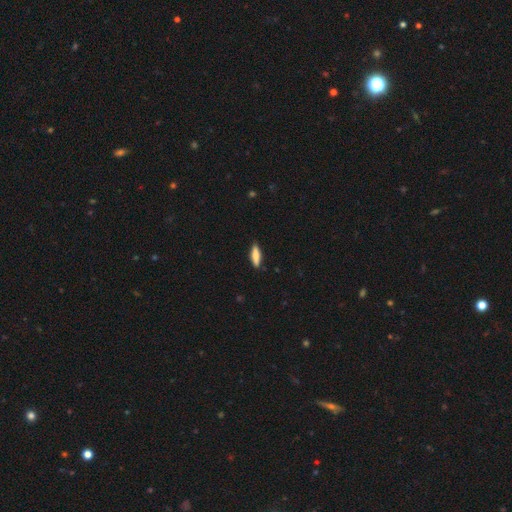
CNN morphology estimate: Smooth or featured? smooth (76%)
How rounded? cigar-shaped (62%)
Merging? none (86%)